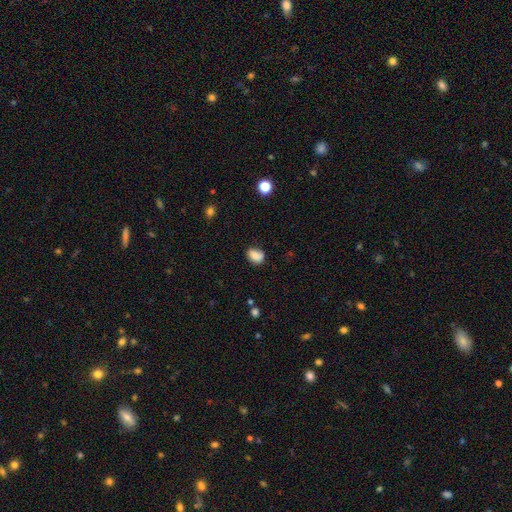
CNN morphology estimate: This appears to be a smooth galaxy with no disk features (82%) that is in between round and cigar-shaped (73%). Merging: none (66%).